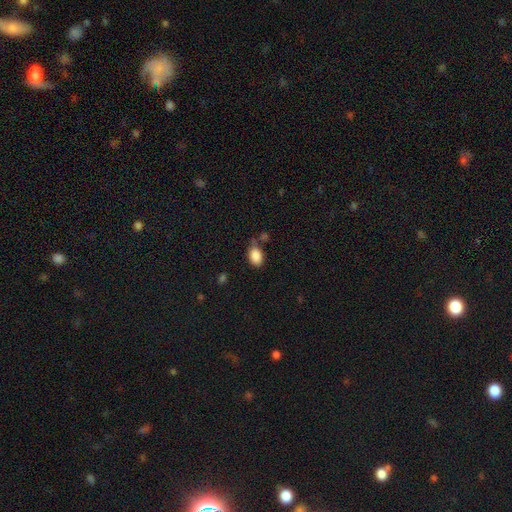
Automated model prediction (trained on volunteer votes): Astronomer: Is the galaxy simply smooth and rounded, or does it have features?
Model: smooth — 87%.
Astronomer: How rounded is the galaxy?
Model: in between — 86%.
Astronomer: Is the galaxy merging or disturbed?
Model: none — 61%.